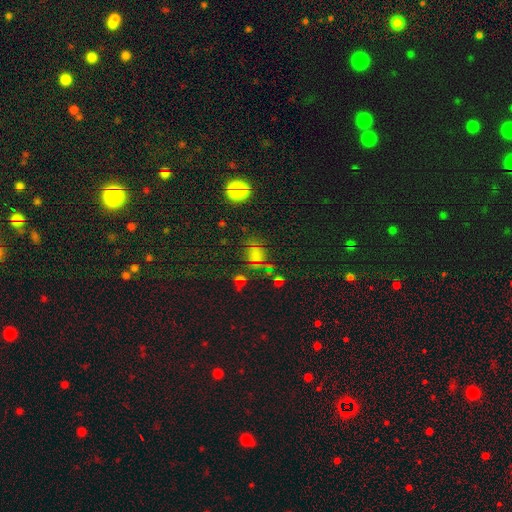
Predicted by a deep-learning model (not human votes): Smooth or featured: star or artifact — 48% (smooth — 43%)